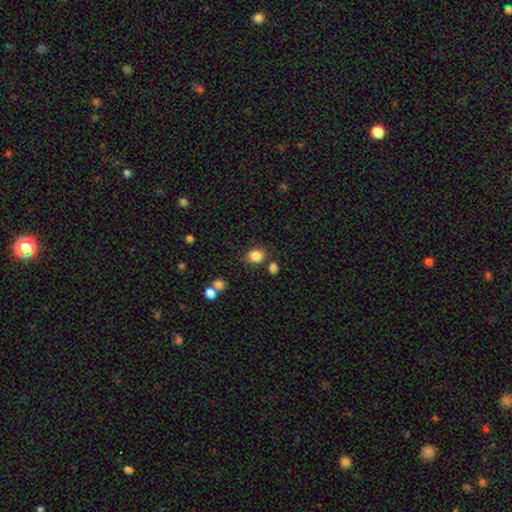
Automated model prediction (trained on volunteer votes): Smooth or featured? smooth (84%)
How rounded? round (57%)
Merging? none (76%)